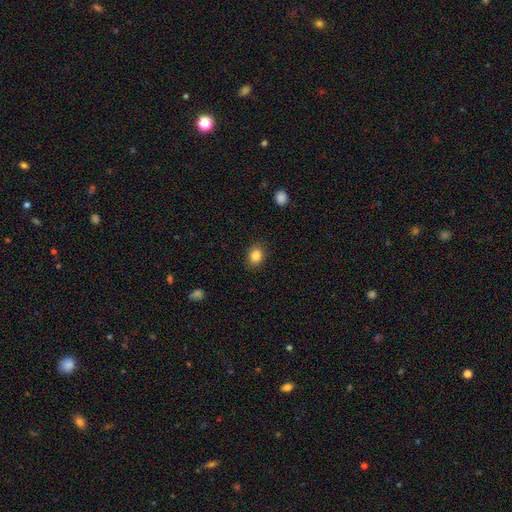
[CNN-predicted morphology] Smooth or featured? smooth (85%)
How rounded? round (51%)
Merging? none (87%)